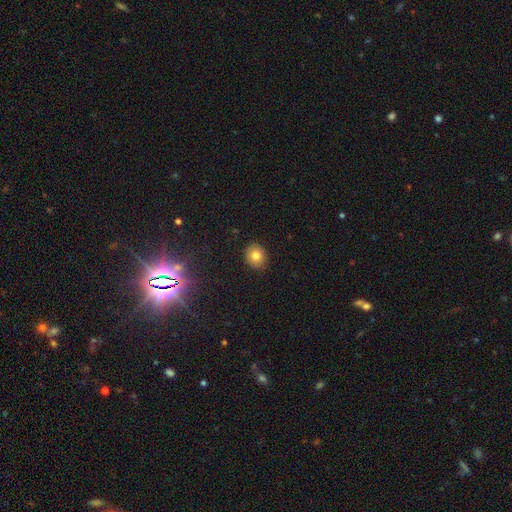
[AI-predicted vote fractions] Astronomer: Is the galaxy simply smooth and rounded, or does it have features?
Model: smooth — 79%.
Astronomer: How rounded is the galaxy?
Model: round — 63%.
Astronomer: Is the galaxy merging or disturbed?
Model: none — 88%.